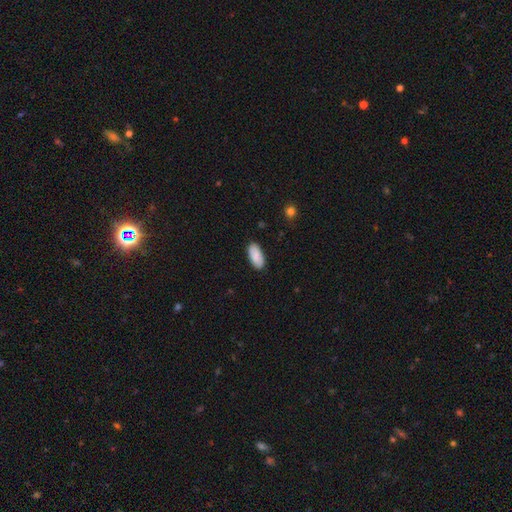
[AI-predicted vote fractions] A smooth galaxy with no disk features (88%) that is in between round and cigar-shaped (91%). Merging: none (88%).